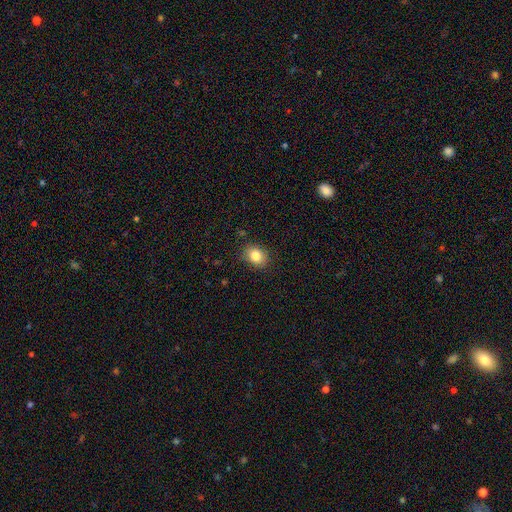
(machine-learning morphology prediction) A smooth galaxy with no disk features (84%) that is in between round and cigar-shaped (54%).

Vote fractions:
- Smooth or featured? smooth: 84% / star or artifact: 9% / featured or disk: 7%
- How rounded? in between: 54% / round: 45% / cigar-shaped: 1%
- Merging? none: 85% / minor disturbance: 11% / major disturbance: 3% / merger: 1%